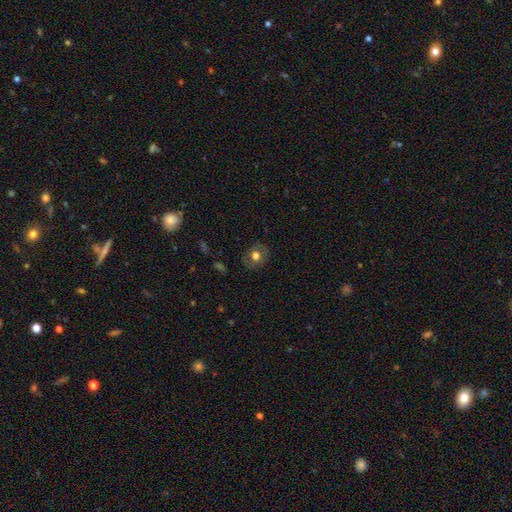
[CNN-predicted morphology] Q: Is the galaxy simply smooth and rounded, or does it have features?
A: smooth — 61%.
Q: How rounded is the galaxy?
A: round — 68%.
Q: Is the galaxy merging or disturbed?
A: none — 83%.